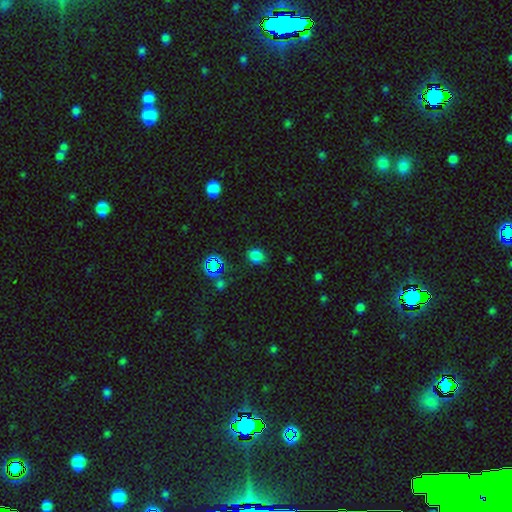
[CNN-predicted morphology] type=smooth (74%); roundness=round (61%); merging=none (78%).